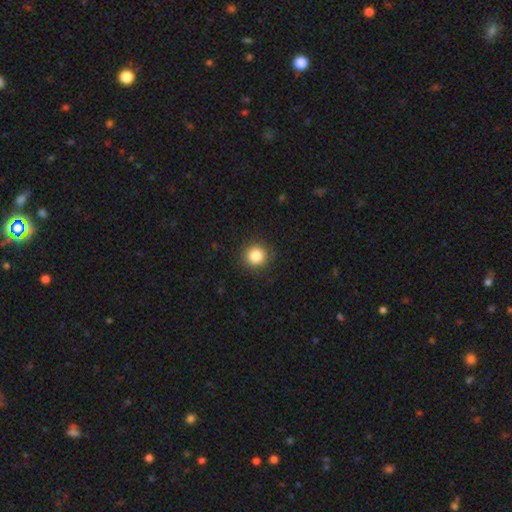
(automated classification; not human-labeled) Overall: smooth (84%). How rounded: round (94%). Merging: none (92%).